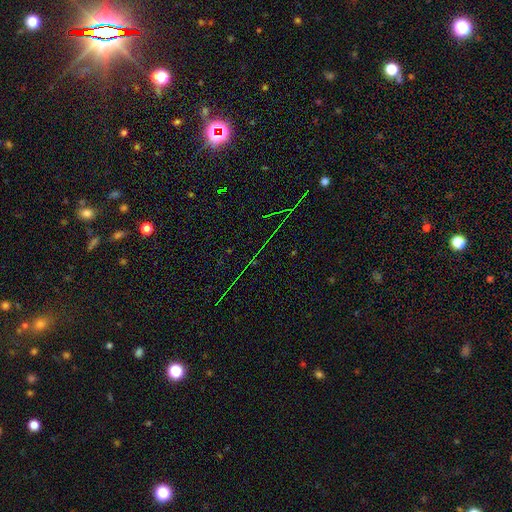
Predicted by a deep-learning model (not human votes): Morphology: type=star or artifact (78%).